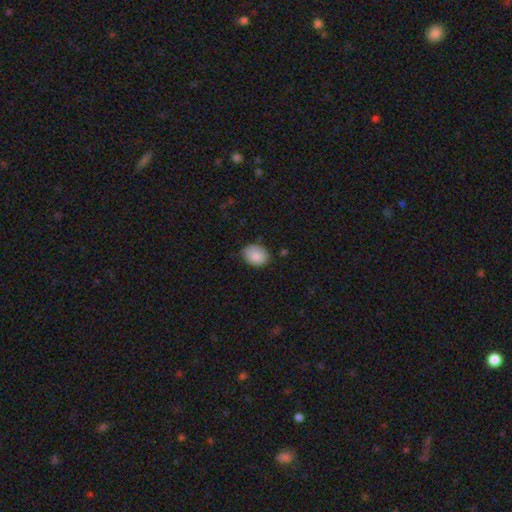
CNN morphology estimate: Smooth or featured? smooth (87%)
How rounded? in between (64%)
Merging? none (70%)